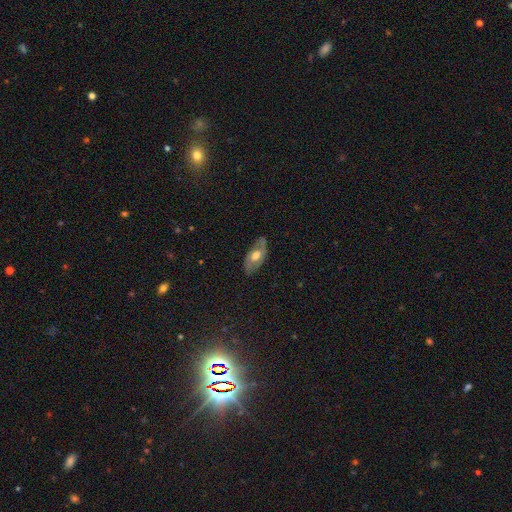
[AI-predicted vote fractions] Morphology: type=featured or disk (54%); edge-on=no (83%); merging=none (73%).